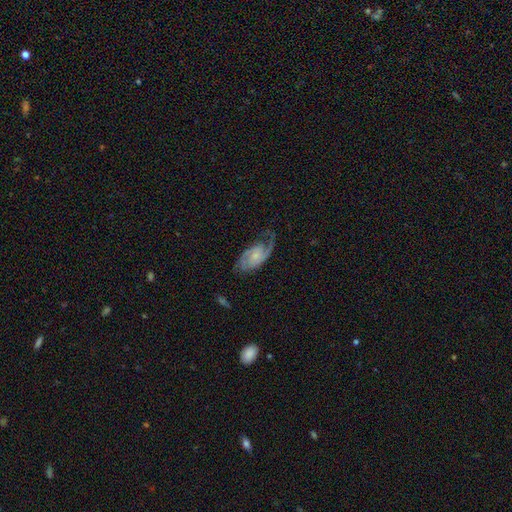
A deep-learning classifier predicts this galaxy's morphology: Q: Smooth or featured?
A: featured or disk (80%); runner-up: smooth (14%)
Q: Edge-on disk?
A: no (96%); runner-up: yes (4%)
Q: Bar?
A: no (60%); runner-up: weak (34%)
Q: Spiral arms?
A: yes (95%); runner-up: no (5%)
Q: Spiral winding?
A: medium (46%); runner-up: tight (31%)
Q: Spiral arm count?
A: 2 (71%); runner-up: 1 (16%)
Q: Bulge size?
A: small (53%); runner-up: moderate (28%)
Q: Merging?
A: none (60%); runner-up: minor disturbance (22%)